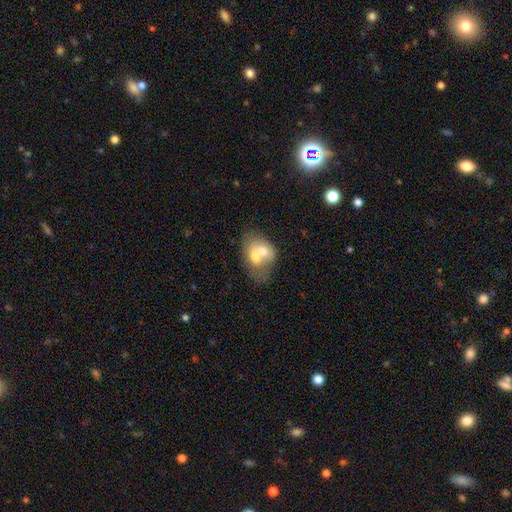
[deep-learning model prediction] Morphology: type=smooth (51%); roundness=in between (63%); merging=merger (68%).